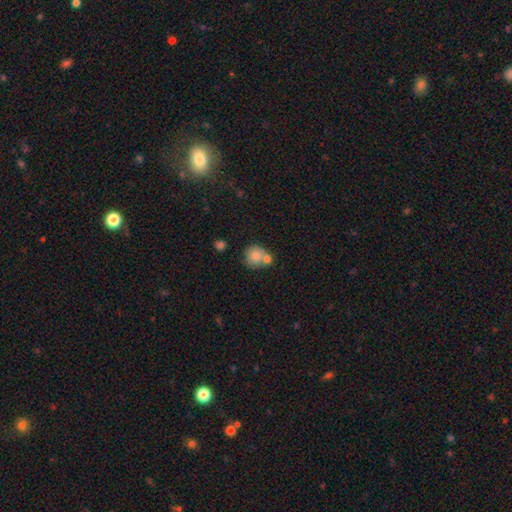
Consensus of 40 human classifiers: Smooth or featured?
  - smooth: 85% *
  - featured or disk: 8%
  - star or artifact: 8%
How rounded?
  - round: 85% *
  - in between: 15%
  - cigar-shaped: 0%
Merging?
  - merger: 46% *
  - none: 38%
  - minor disturbance: 8%
  - major disturbance: 8%